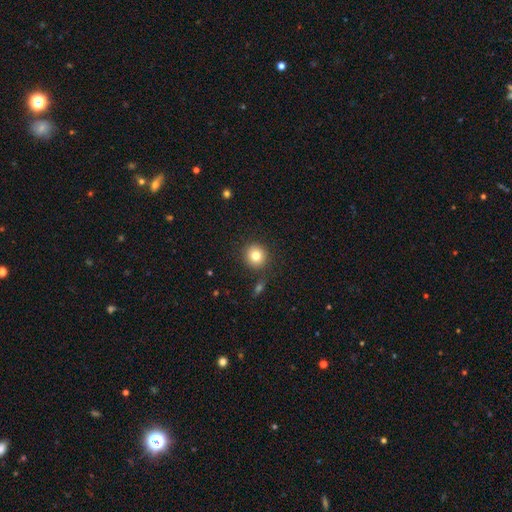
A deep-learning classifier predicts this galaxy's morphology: Smooth or featured: smooth — 79% (star or artifact — 11%)
How rounded: round — 91% (in between — 8%)
Merging: none — 86% (minor disturbance — 7%)